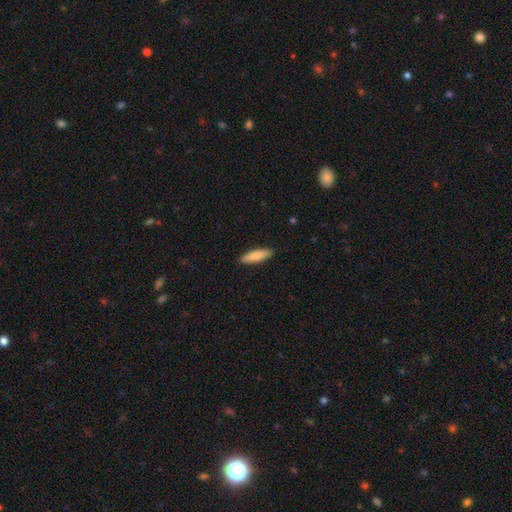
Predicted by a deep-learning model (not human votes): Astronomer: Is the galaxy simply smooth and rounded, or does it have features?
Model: smooth — 81%.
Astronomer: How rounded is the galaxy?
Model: cigar-shaped — 64%.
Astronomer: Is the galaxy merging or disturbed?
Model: none — 90%.